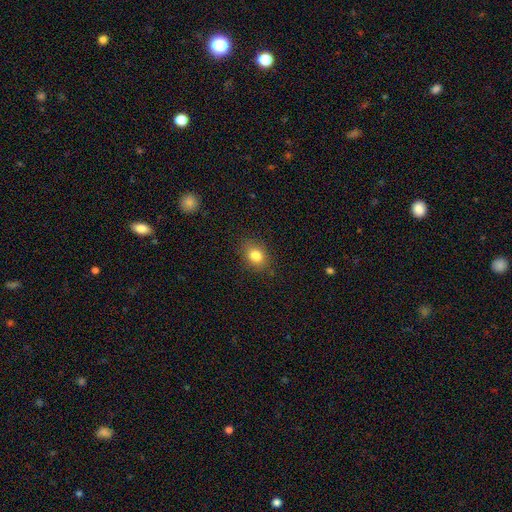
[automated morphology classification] Smooth or featured? smooth (82%)
How rounded? in between (56%)
Merging? none (84%)